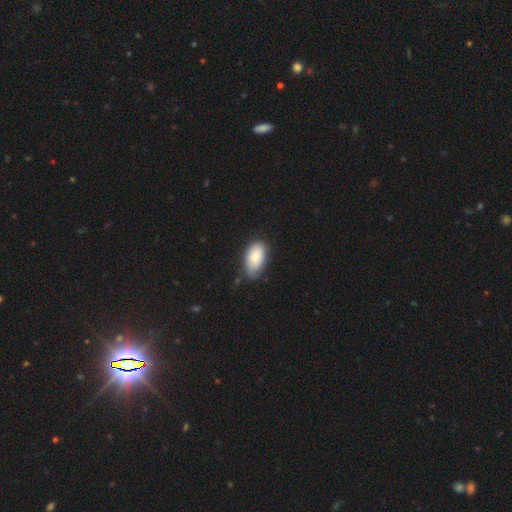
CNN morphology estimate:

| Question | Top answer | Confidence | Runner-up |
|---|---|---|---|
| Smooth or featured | smooth | 82% | featured or disk (11%) |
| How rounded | in between | 94% | round (3%) |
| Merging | none | 66% | minor disturbance (27%) |